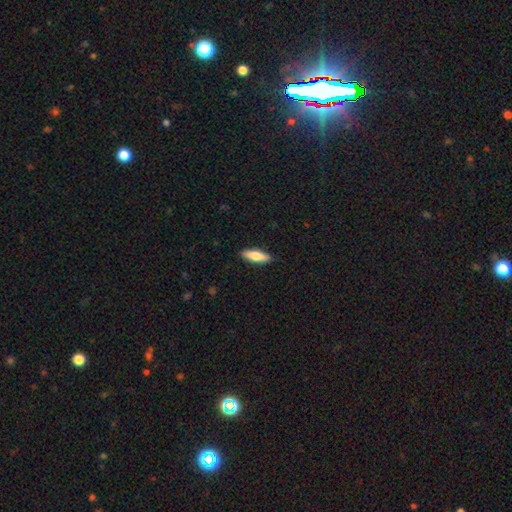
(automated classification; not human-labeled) smooth_or_featured: smooth (p=0.74) [alt: featured or disk p=0.20]
how_rounded: in between (p=0.51) [alt: cigar-shaped p=0.47]
merging: none (p=0.89) [alt: minor disturbance p=0.08]